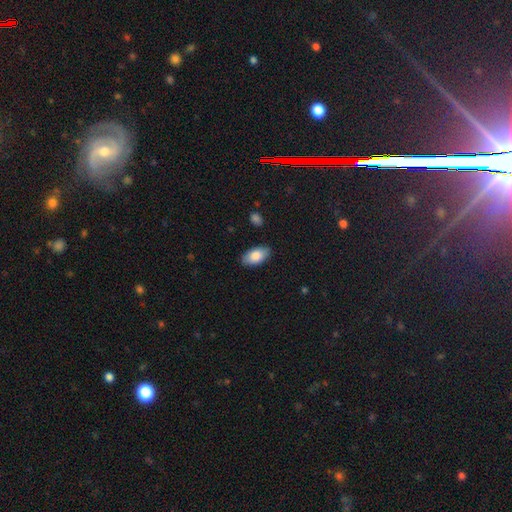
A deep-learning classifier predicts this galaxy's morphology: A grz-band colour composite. It shows a smooth galaxy with no disk features (83%) that is in between round and cigar-shaped (94%). Merging: none (85%).